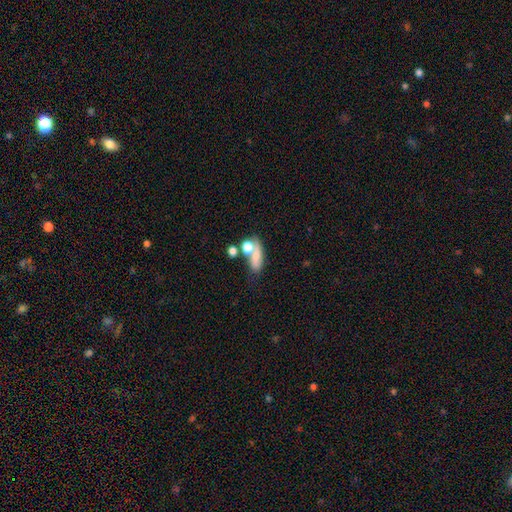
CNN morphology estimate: type=smooth (66%); roundness=in between (61%); merging=merger (37%).